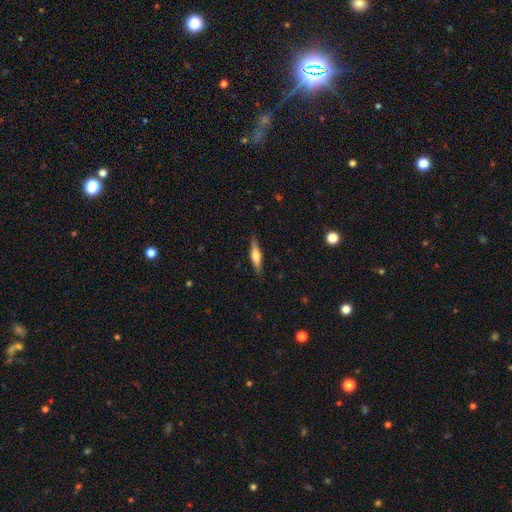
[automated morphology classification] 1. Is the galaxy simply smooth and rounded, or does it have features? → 51% featured or disk, 43% smooth, 6% star or artifact.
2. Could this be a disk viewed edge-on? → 95% yes, 5% no.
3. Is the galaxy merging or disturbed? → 86% none, 10% minor disturbance, 2% major disturbance, 1% merger.